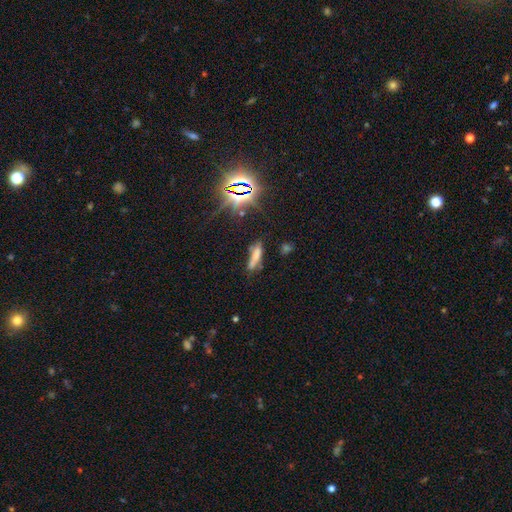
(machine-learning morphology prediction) A smooth galaxy with no disk features (62%) that is cigar-shaped (70%).

Vote fractions:
- Smooth or featured? smooth: 62% / star or artifact: 19% / featured or disk: 19%
- How rounded? cigar-shaped: 70% / in between: 27% / round: 3%
- Merging? none: 53% / minor disturbance: 24% / merger: 12% / major disturbance: 11%